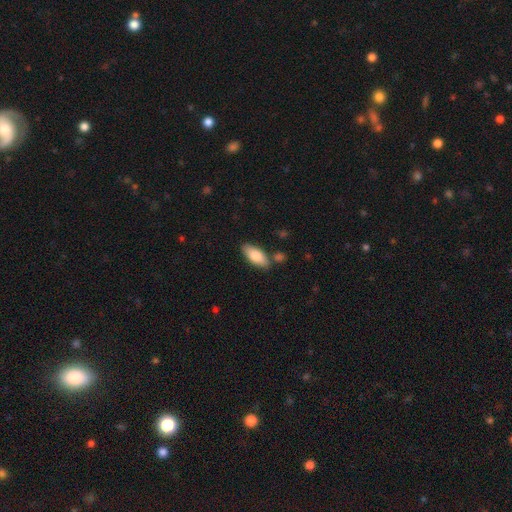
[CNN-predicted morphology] Smooth or featured? smooth (81%)
How rounded? in between (84%)
Merging? none (80%)